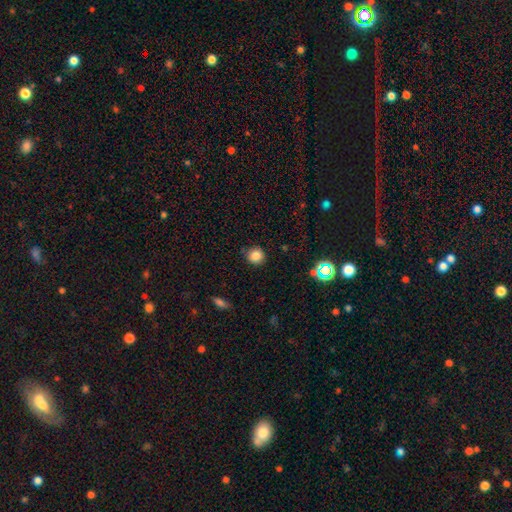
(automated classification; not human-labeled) Morphology: type=smooth (82%); roundness=round (92%); merging=none (86%).